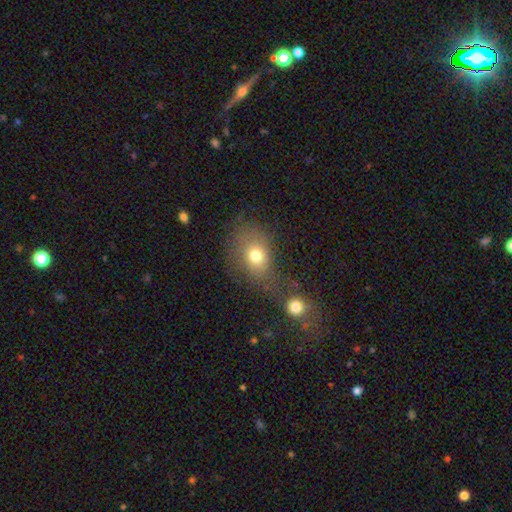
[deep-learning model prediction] A smooth galaxy with no disk features (73%) that is in between round and cigar-shaped (55%).

Vote fractions:
- Smooth or featured? smooth: 73% / featured or disk: 14% / star or artifact: 13%
- How rounded? in between: 55% / round: 44% / cigar-shaped: 1%
- Merging? none: 46% / merger: 23% / minor disturbance: 17% / major disturbance: 14%